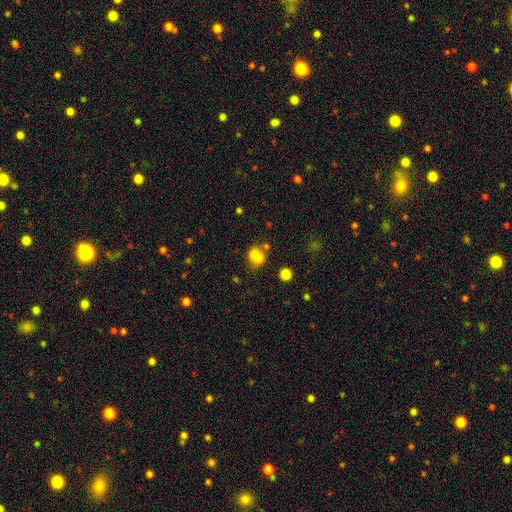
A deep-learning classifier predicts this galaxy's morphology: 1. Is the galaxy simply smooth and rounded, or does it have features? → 72% smooth, 14% featured or disk, 14% star or artifact.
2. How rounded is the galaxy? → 59% round, 40% in between, 1% cigar-shaped.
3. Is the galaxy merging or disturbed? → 45% merger, 34% none, 13% minor disturbance, 7% major disturbance.